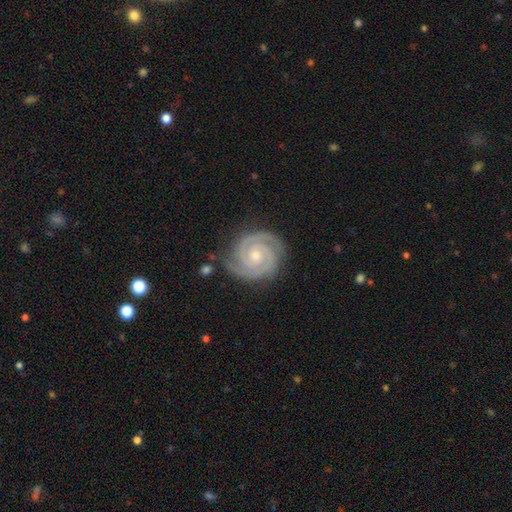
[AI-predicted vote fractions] Smooth or featured?
  - featured or disk: 92% *
  - star or artifact: 4%
  - smooth: 4%
Edge-on disk?
  - no: 98% *
  - yes: 2%
Bar?
  - no: 66% *
  - weak: 25%
  - strong: 9%
Spiral arms?
  - yes: 99% *
  - no: 1%
Spiral winding?
  - tight: 83% *
  - medium: 15%
  - loose: 2%
Spiral arm count?
  - 2: 84% *
  - 3: 10%
  - can't tell: 2%
  - 4: 1%
  - 1: 1%
  - more than 4: 1%
Bulge size?
  - small: 48% *
  - moderate: 47%
  - none: 2%
  - large: 2%
  - dominant: 1%
Merging?
  - none: 82% *
  - minor disturbance: 14%
  - major disturbance: 3%
  - merger: 2%